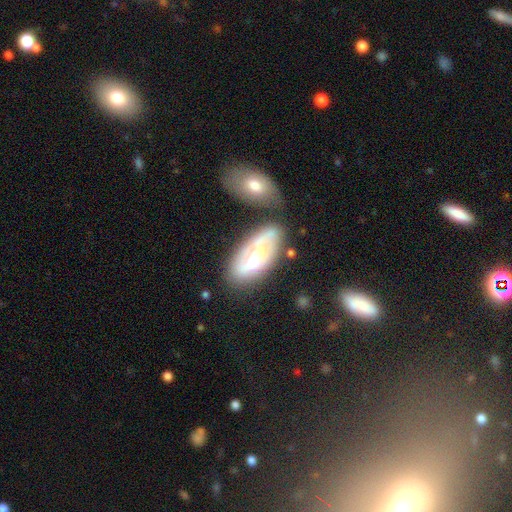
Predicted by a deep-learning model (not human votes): smooth_or_featured: featured or disk (p=0.64) [alt: smooth p=0.30]
disk_edge_on: no (p=0.88) [alt: yes p=0.12]
bar: weak (p=0.40) [alt: no p=0.39]
has_spiral_arms: yes (p=0.70) [alt: no p=0.30]
bulge_size: moderate (p=0.65) [alt: large p=0.22]
merging: none (p=0.62) [alt: minor disturbance p=0.18]